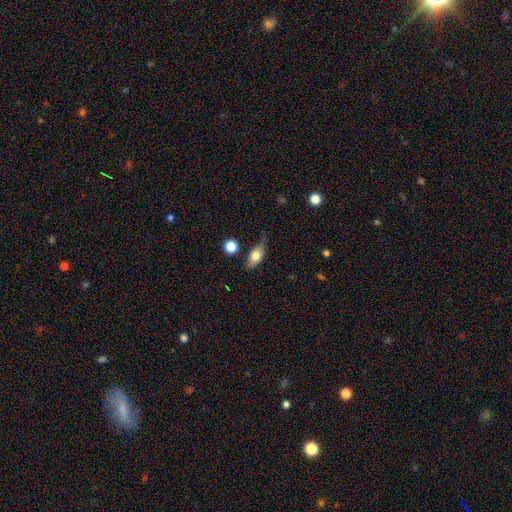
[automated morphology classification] A smooth galaxy with no disk features (72%) that is in between round and cigar-shaped (82%). Merging: none (68%).